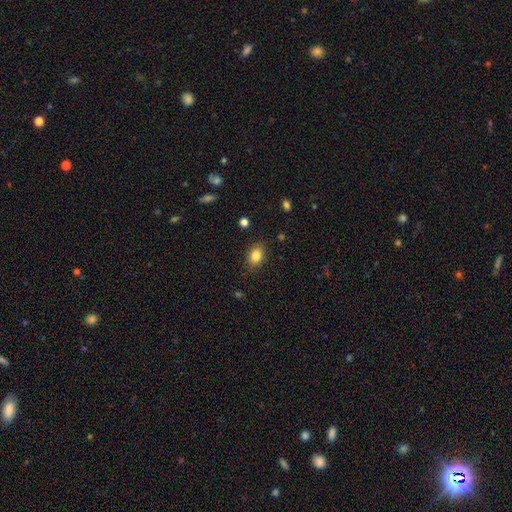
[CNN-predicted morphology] Smooth or featured: smooth — 84% (star or artifact — 9%)
How rounded: in between — 75% (round — 24%)
Merging: none — 85% (minor disturbance — 11%)